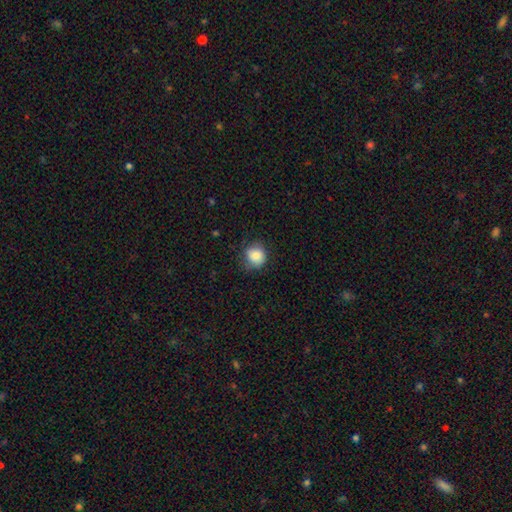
Morphology: type=smooth (86%); roundness=round (90%); merging=none (76%).